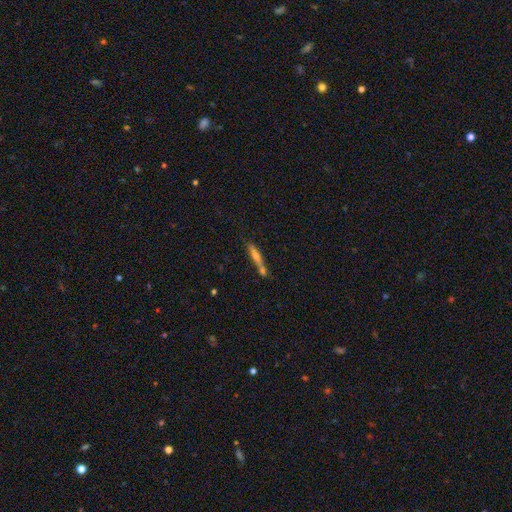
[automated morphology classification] smooth_or_featured: featured or disk (p=0.48) [alt: smooth p=0.43]
merging: none (p=0.54) [alt: merger p=0.28]